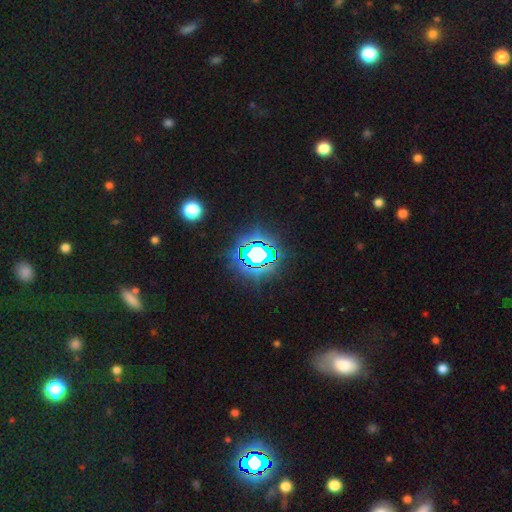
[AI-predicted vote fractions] smooth_or_featured: star or artifact (p=0.72) [alt: smooth p=0.15]